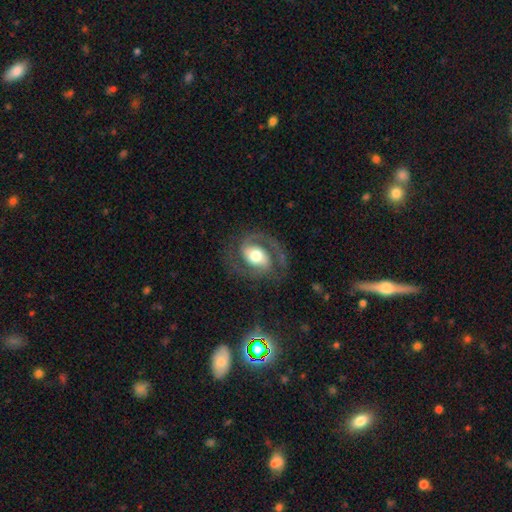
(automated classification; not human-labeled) Smooth or featured?
  - featured or disk: 83% *
  - smooth: 12%
  - star or artifact: 5%
Edge-on disk?
  - no: 97% *
  - yes: 3%
Bar?
  - no: 43% *
  - weak: 35%
  - strong: 22%
Spiral arms?
  - yes: 94% *
  - no: 6%
Spiral winding?
  - medium: 53% *
  - tight: 30%
  - loose: 16%
Spiral arm count?
  - 2: 87% *
  - 1: 6%
  - can't tell: 4%
  - 3: 1%
  - 4: 1%
  - more than 4: 1%
Bulge size?
  - moderate: 56% *
  - large: 31%
  - small: 8%
  - dominant: 4%
  - none: 1%
Merging?
  - none: 72% *
  - minor disturbance: 15%
  - major disturbance: 11%
  - merger: 1%